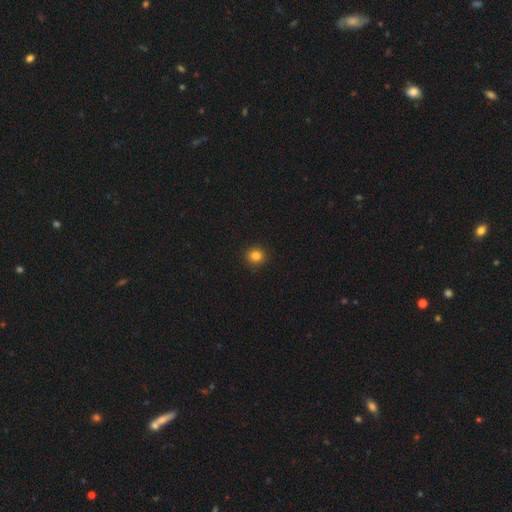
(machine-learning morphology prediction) Overall: smooth (84%). How rounded: round (92%). Merging: none (92%).